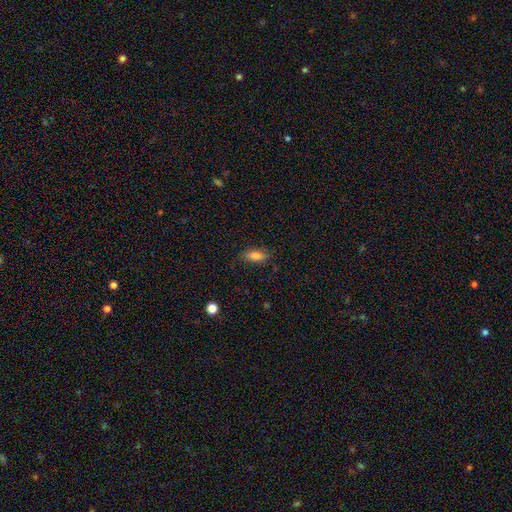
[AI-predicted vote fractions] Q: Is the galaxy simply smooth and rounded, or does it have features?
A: smooth — 78%.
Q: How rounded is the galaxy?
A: in between — 76%.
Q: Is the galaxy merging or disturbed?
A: none — 80%.